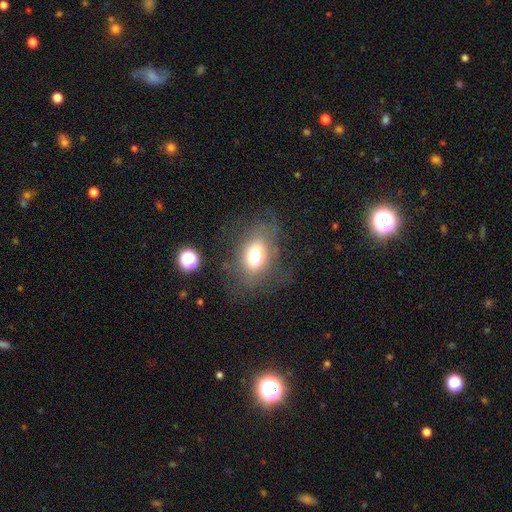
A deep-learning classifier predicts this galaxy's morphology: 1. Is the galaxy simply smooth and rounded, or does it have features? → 65% smooth, 23% featured or disk, 12% star or artifact.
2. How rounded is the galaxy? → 75% in between, 23% round, 2% cigar-shaped.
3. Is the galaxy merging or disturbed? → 60% none, 20% minor disturbance, 18% major disturbance, 2% merger.